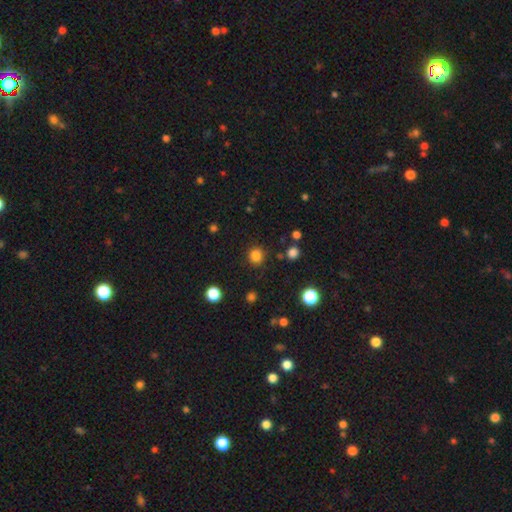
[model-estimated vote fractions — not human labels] Smooth or featured? smooth (83%)
How rounded? round (91%)
Merging? none (87%)